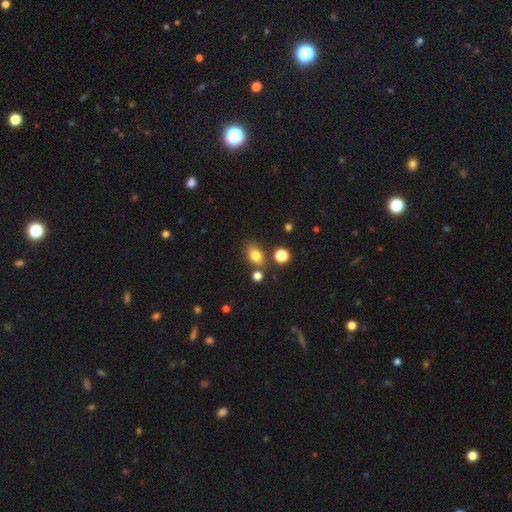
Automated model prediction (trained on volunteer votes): smooth_or_featured: smooth (p=0.79) [alt: star or artifact p=0.13]
how_rounded: in between (p=0.71) [alt: round p=0.27]
merging: none (p=0.72) [alt: minor disturbance p=0.13]